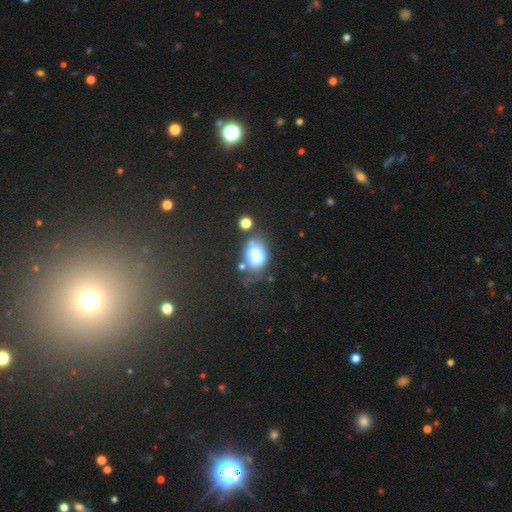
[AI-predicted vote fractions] Smooth or featured? smooth (69%)
How rounded? in between (73%)
Merging? none (48%)